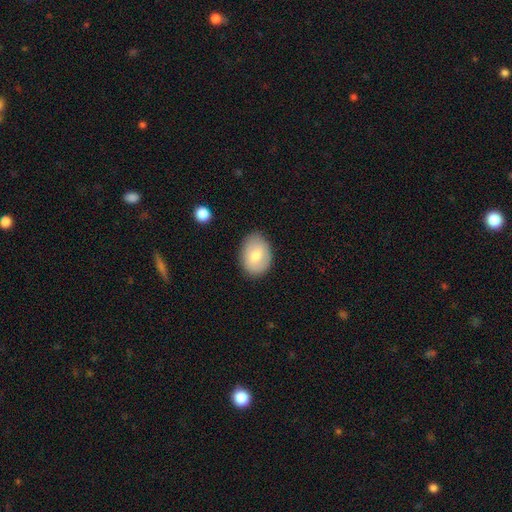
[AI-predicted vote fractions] Smooth or featured? Predicted: smooth (p=0.76). How rounded? Predicted: in between (p=0.72). Merging? Predicted: none (p=0.83).